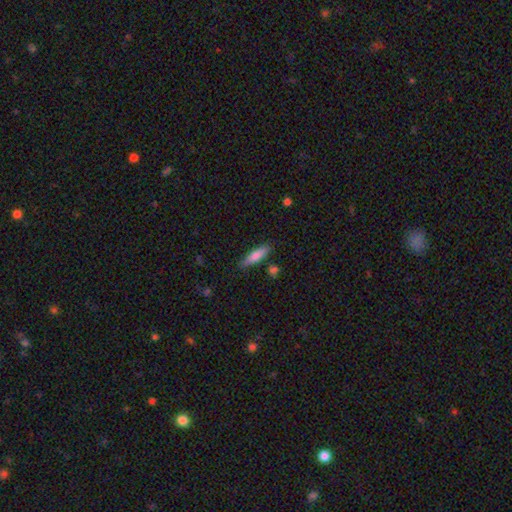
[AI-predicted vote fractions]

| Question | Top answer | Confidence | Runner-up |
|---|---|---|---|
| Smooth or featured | smooth | 73% | featured or disk (21%) |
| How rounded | cigar-shaped | 74% | in between (25%) |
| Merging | none | 82% | minor disturbance (12%) |